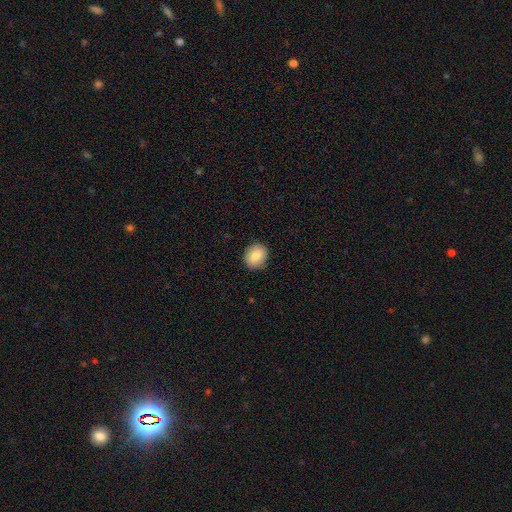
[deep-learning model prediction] Smooth or featured?
  - smooth: 80% *
  - featured or disk: 12%
  - star or artifact: 8%
How rounded?
  - round: 60% *
  - in between: 39%
  - cigar-shaped: 1%
Merging?
  - none: 89% *
  - minor disturbance: 8%
  - major disturbance: 2%
  - merger: 1%